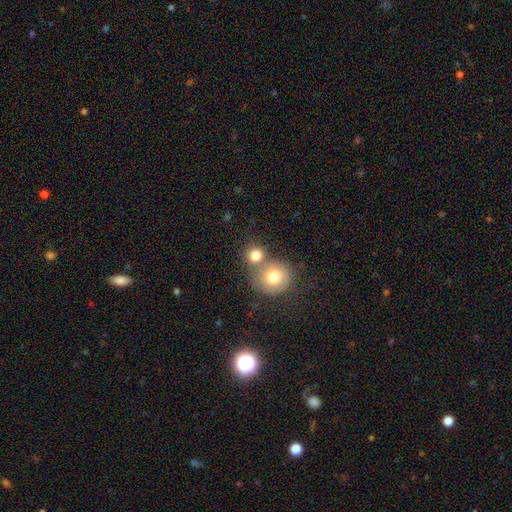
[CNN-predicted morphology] Q: Smooth or featured?
A: smooth (78%); runner-up: featured or disk (12%)
Q: How rounded?
A: round (86%); runner-up: in between (13%)
Q: Merging?
A: none (45%); runner-up: merger (43%)